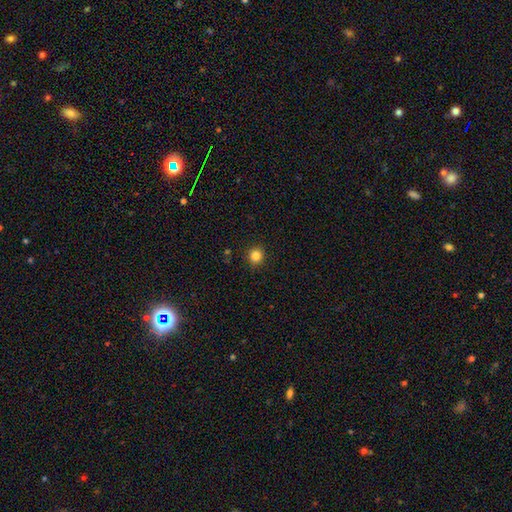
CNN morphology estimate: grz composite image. It shows a smooth galaxy with no disk features (83%) that is round (91%). Merging: none (91%).